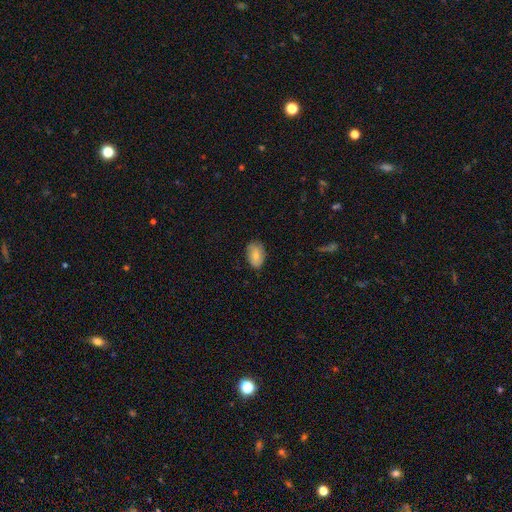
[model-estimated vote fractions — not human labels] Q: Smooth or featured?
A: smooth (79%); runner-up: featured or disk (14%)
Q: How rounded?
A: in between (89%); runner-up: round (9%)
Q: Merging?
A: none (78%); runner-up: minor disturbance (18%)